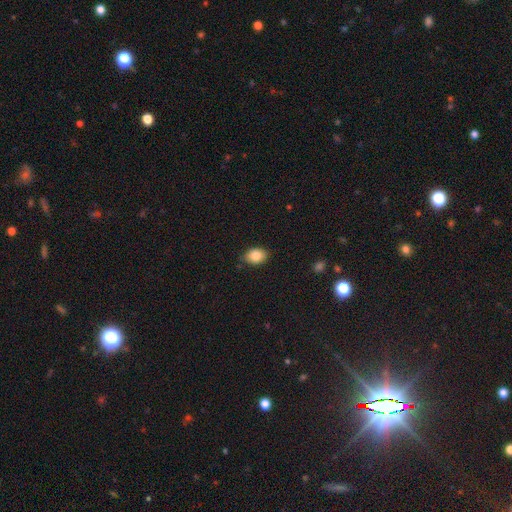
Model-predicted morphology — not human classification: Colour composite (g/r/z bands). It shows a smooth galaxy with no disk features (84%) that is in between round and cigar-shaped (77%). Merging: none (84%).